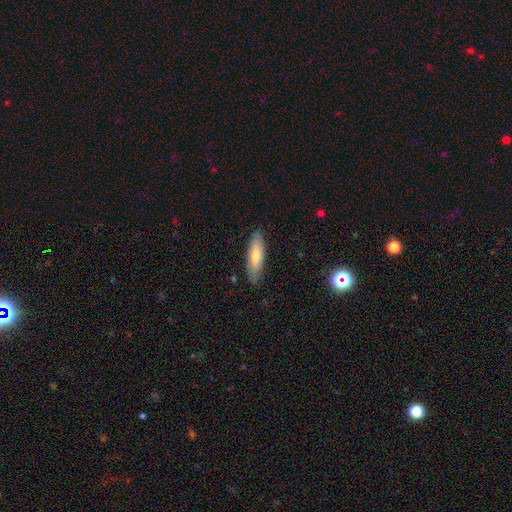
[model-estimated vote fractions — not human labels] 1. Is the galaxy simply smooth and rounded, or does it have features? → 63% smooth, 28% featured or disk, 8% star or artifact.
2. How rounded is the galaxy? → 66% cigar-shaped, 32% in between, 2% round.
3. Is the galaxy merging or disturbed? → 87% none, 10% minor disturbance, 2% major disturbance, 1% merger.